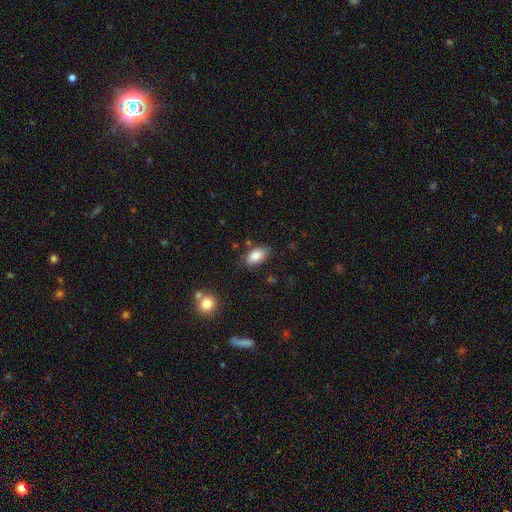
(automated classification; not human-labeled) Smooth or featured? Predicted: smooth (p=0.85). How rounded? Predicted: in between (p=0.92). Merging? Predicted: none (p=0.79).